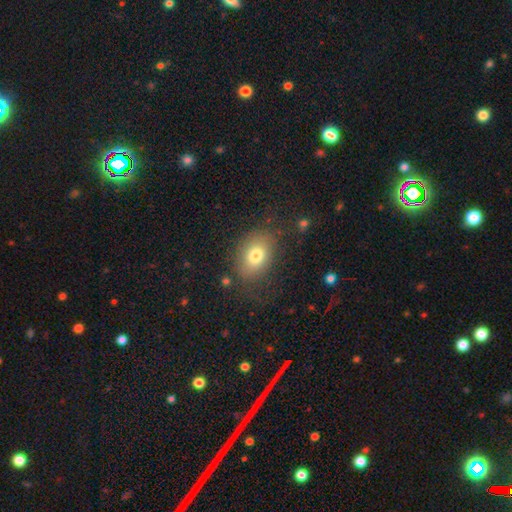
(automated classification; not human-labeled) Smooth or featured: smooth — 76% (featured or disk — 14%)
How rounded: in between — 73% (round — 26%)
Merging: none — 76% (minor disturbance — 15%)